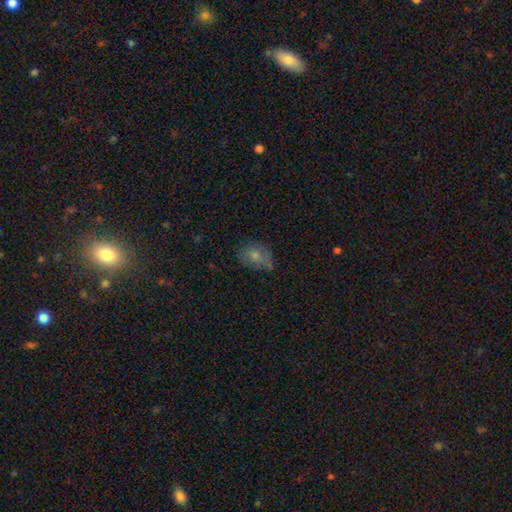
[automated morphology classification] smooth 73%, featured or disk 17%, star or artifact 10%. Down the decision tree: how rounded — in between (66%); merging — none (56%).